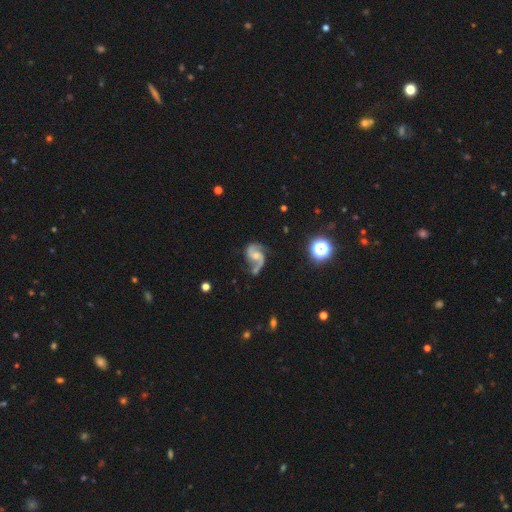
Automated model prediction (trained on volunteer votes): Smooth or featured? featured or disk (90%)
Edge-on disk? no (98%)
Bar? no (52%)
Spiral arms? yes (98%)
Spiral winding? medium (49%)
Spiral arm count? 2 (93%)
Bulge size? moderate (42%)
Merging? none (67%)